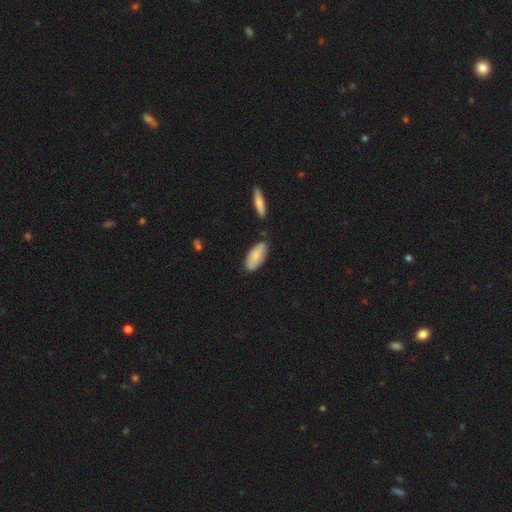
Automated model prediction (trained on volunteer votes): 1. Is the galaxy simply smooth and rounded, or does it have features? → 79% smooth, 16% featured or disk, 6% star or artifact.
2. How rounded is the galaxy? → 86% in between, 12% cigar-shaped, 2% round.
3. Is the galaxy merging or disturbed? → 73% none, 18% minor disturbance, 6% merger, 3% major disturbance.